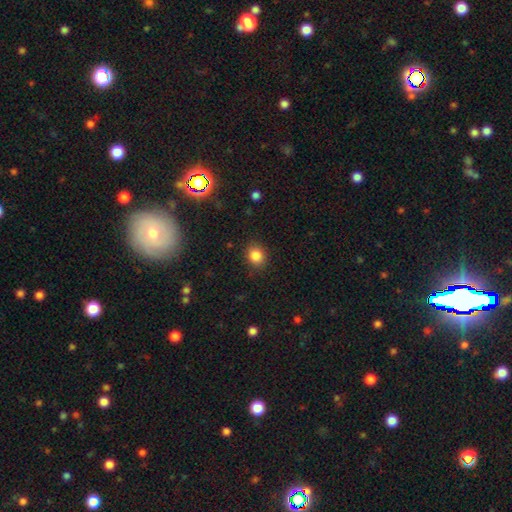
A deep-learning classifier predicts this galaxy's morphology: This appears to be a smooth galaxy with no disk features (85%) that is round (72%). Merging: none (87%).